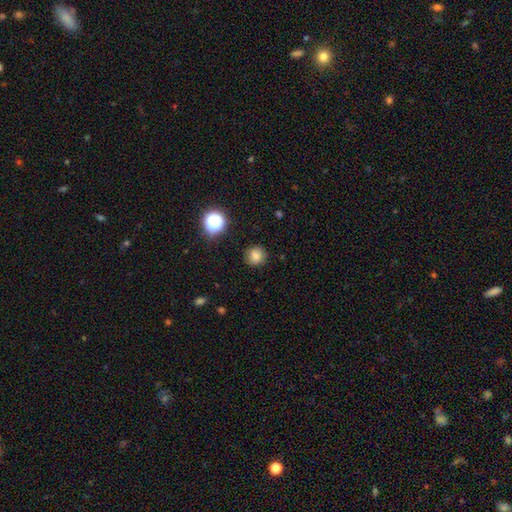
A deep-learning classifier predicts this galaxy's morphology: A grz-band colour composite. It shows a smooth galaxy with no disk features (78%) that is round (90%). Merging: none (87%).